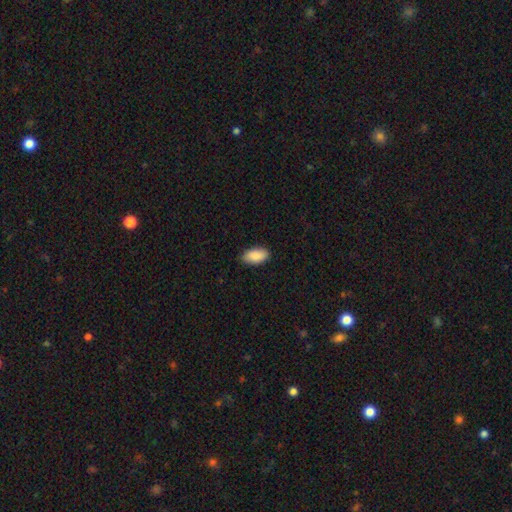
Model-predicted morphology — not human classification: The model was most divided on "merging": none: 86%, minor disturbance: 11%, major disturbance: 2%, merger: 1%. More confident: how rounded — in between (94%); smooth or featured — smooth (90%).